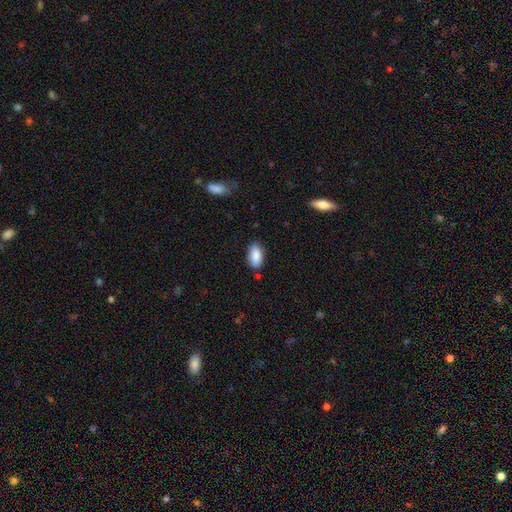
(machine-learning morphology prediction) Q: Smooth or featured?
A: smooth (88%); runner-up: star or artifact (7%)
Q: How rounded?
A: in between (92%); runner-up: cigar-shaped (5%)
Q: Merging?
A: none (79%); runner-up: minor disturbance (15%)